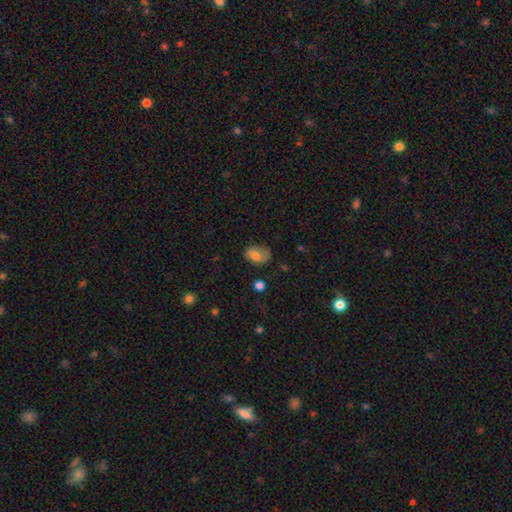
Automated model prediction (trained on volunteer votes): smooth 70%, featured or disk 21%, star or artifact 9%. Down the decision tree: how rounded — in between (78%); merging — none (61%).